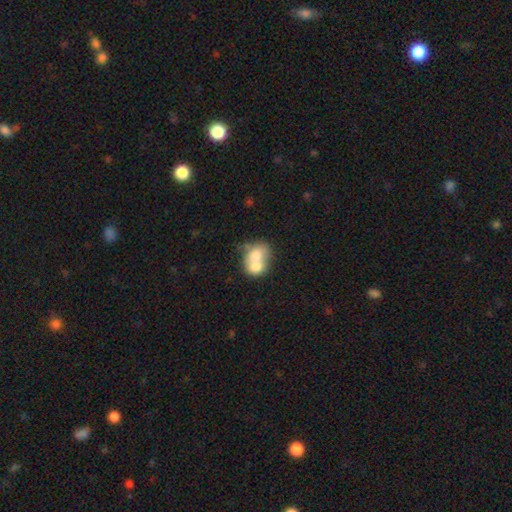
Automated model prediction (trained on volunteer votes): Smooth or featured: smooth — 67% (featured or disk — 25%)
How rounded: round — 51% (in between — 49%)
Merging: merger — 72% (none — 18%)